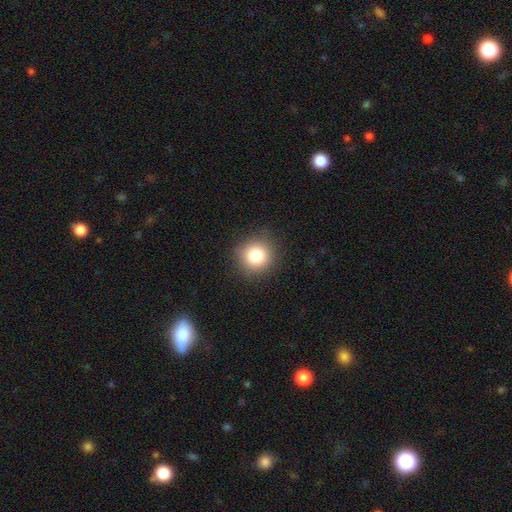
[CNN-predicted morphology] smooth_or_featured: smooth (p=0.82) [alt: star or artifact p=0.11]
how_rounded: round (p=0.91) [alt: in between p=0.08]
merging: none (p=0.88) [alt: minor disturbance p=0.08]